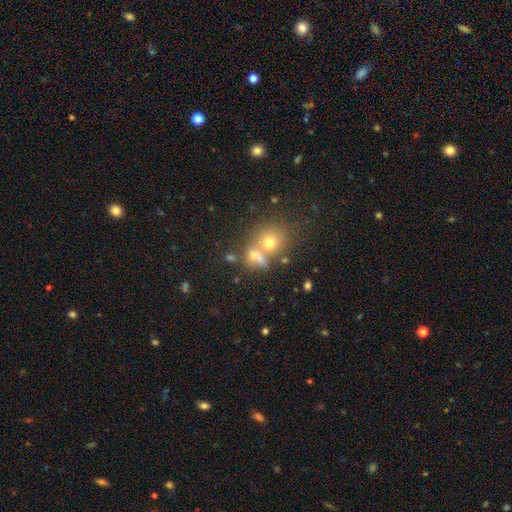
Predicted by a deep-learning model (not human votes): The model was most divided on "how rounded": round: 53%, in between: 43%, cigar-shaped: 5%. More confident: smooth or featured — smooth (67%); merging — merger (50%).